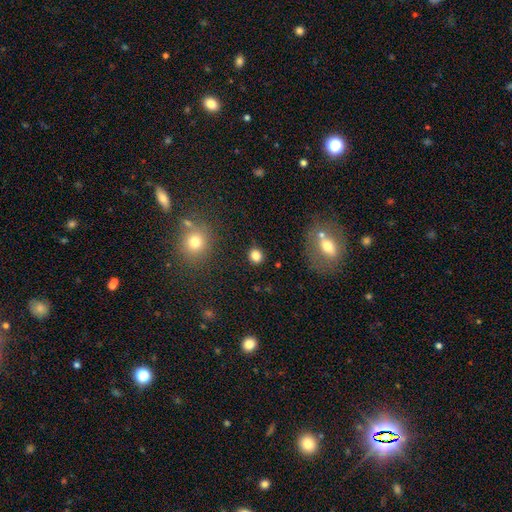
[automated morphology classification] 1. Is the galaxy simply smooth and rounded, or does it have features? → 83% smooth, 12% star or artifact, 5% featured or disk.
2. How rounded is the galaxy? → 82% round, 17% in between, 1% cigar-shaped.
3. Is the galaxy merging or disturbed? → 87% none, 8% minor disturbance, 3% major disturbance, 3% merger.